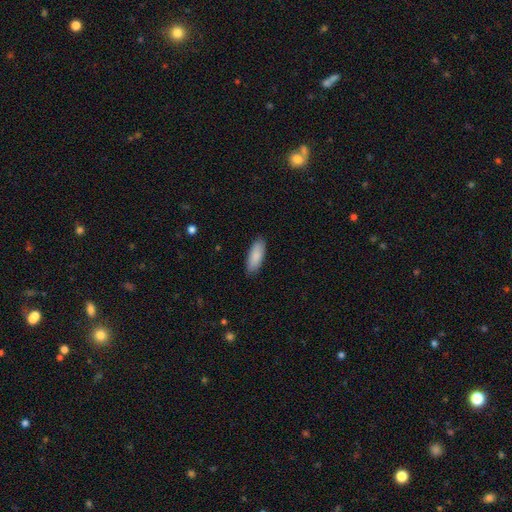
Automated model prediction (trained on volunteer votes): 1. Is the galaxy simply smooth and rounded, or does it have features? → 88% smooth, 6% featured or disk, 6% star or artifact.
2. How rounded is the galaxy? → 72% in between, 26% cigar-shaped, 2% round.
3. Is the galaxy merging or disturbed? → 87% none, 10% minor disturbance, 2% major disturbance, 1% merger.